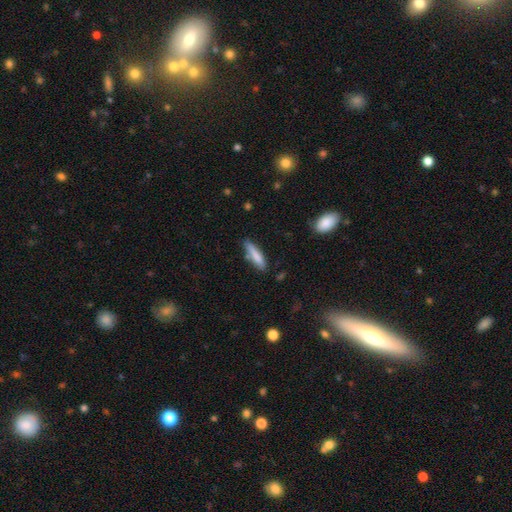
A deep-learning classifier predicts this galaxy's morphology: smooth 79%, featured or disk 15%, star or artifact 6%. Down the decision tree: how rounded — cigar-shaped (81%); merging — none (73%).